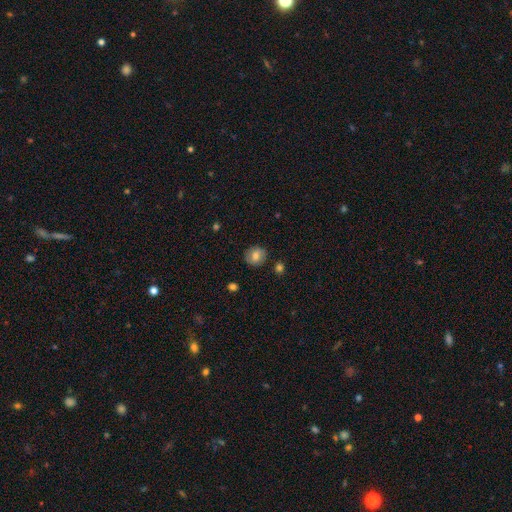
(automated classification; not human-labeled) Q: Smooth or featured?
A: smooth (73%); runner-up: featured or disk (18%)
Q: How rounded?
A: round (82%); runner-up: in between (17%)
Q: Merging?
A: none (86%); runner-up: minor disturbance (10%)